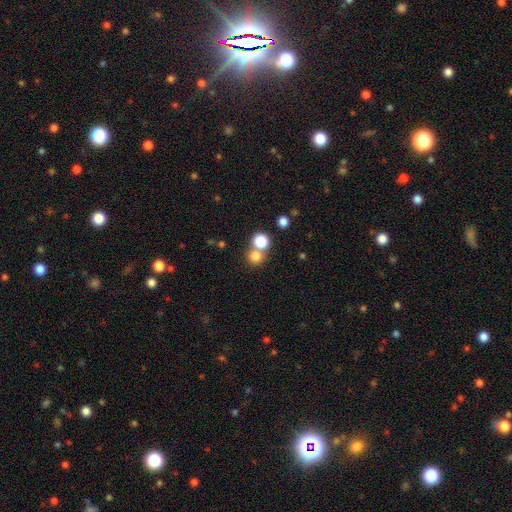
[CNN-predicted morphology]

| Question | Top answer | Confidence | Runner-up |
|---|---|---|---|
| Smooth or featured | smooth | 78% | star or artifact (15%) |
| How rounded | round | 90% | in between (9%) |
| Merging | none | 59% | merger (32%) |